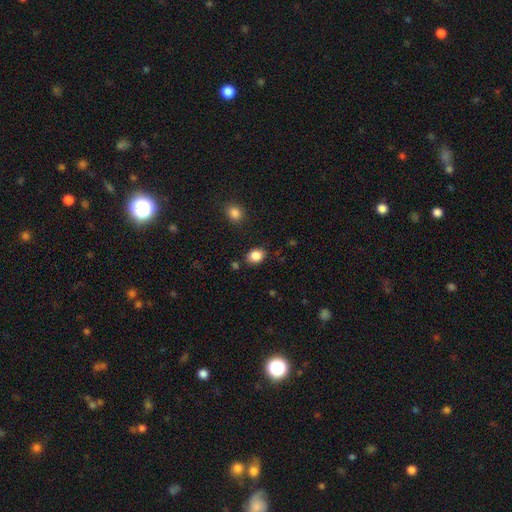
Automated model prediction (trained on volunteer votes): The model was most divided on "how rounded": in between: 60%, round: 39%, cigar-shaped: 1%. More confident: smooth or featured — smooth (86%); merging — none (83%).